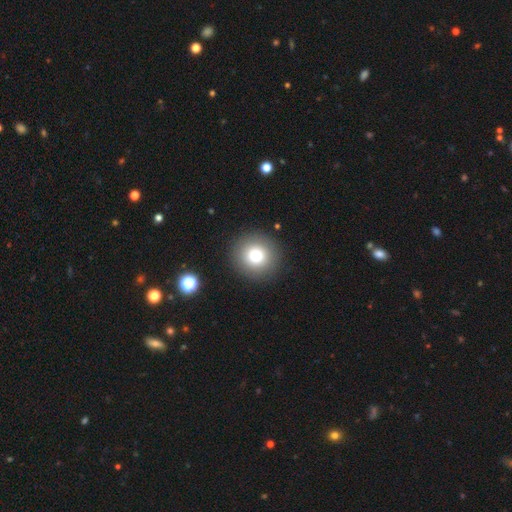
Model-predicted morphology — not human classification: Smooth or featured? Predicted: smooth (p=0.79). How rounded? Predicted: round (p=0.94). Merging? Predicted: none (p=0.90).